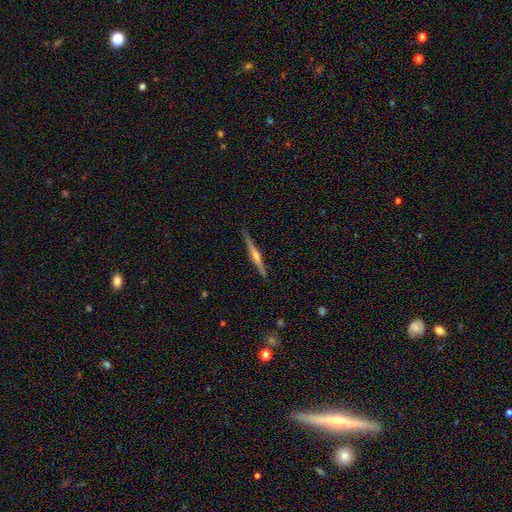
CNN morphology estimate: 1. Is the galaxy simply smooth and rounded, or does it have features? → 80% featured or disk, 15% smooth, 5% star or artifact.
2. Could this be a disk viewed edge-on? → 98% yes, 2% no.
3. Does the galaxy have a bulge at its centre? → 89% rounded, 6% boxy, 5% none.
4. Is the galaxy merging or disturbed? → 89% none, 8% minor disturbance, 2% major disturbance, 1% merger.